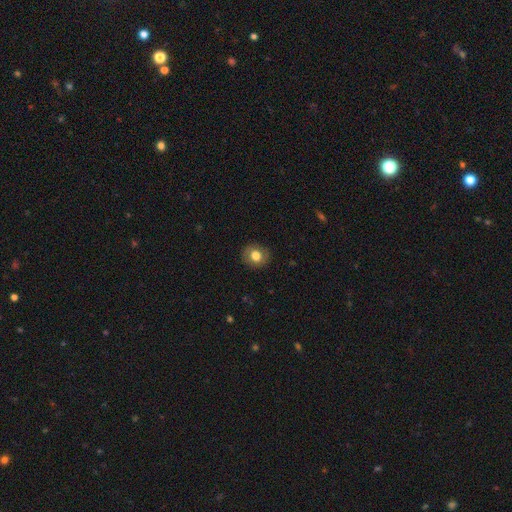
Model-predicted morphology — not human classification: Overall: smooth (78%). How rounded: round (77%). Merging: none (87%).